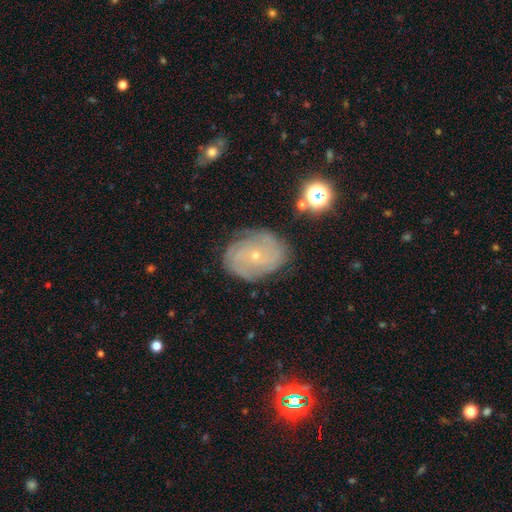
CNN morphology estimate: Q: Smooth or featured?
A: featured or disk (75%); runner-up: smooth (15%)
Q: Edge-on disk?
A: no (97%); runner-up: yes (3%)
Q: Bar?
A: no (78%); runner-up: weak (18%)
Q: Spiral arms?
A: yes (92%); runner-up: no (8%)
Q: Spiral winding?
A: tight (68%); runner-up: medium (25%)
Q: Spiral arm count?
A: can't tell (36%); runner-up: 2 (21%)
Q: Bulge size?
A: small (83%); runner-up: moderate (14%)
Q: Merging?
A: none (79%); runner-up: minor disturbance (15%)